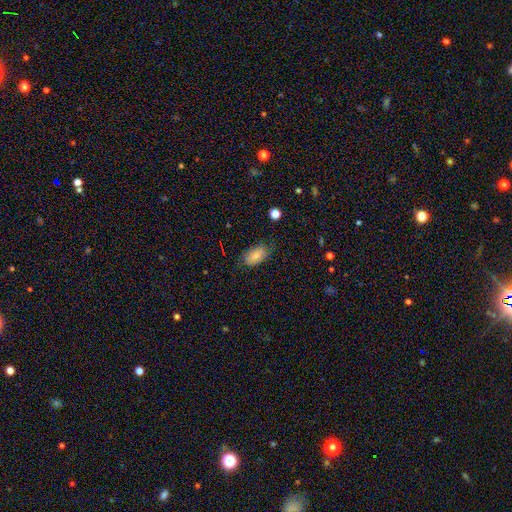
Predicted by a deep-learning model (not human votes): Smooth or featured? Predicted: smooth (p=0.75). How rounded? Predicted: in between (p=0.92). Merging? Predicted: none (p=0.67).